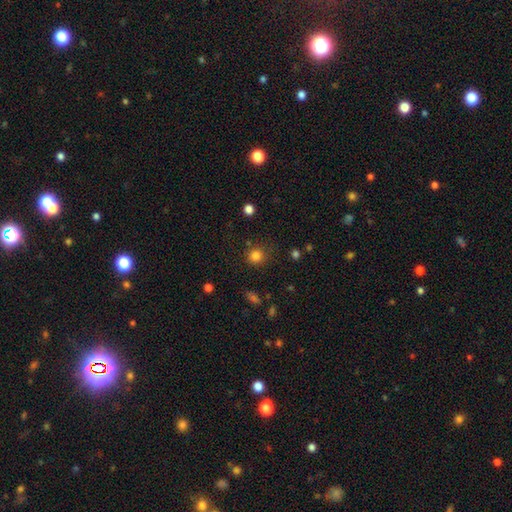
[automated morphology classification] smooth_or_featured: smooth (p=0.81) [alt: star or artifact p=0.14]
how_rounded: round (p=0.90) [alt: in between p=0.09]
merging: none (p=0.81) [alt: minor disturbance p=0.12]